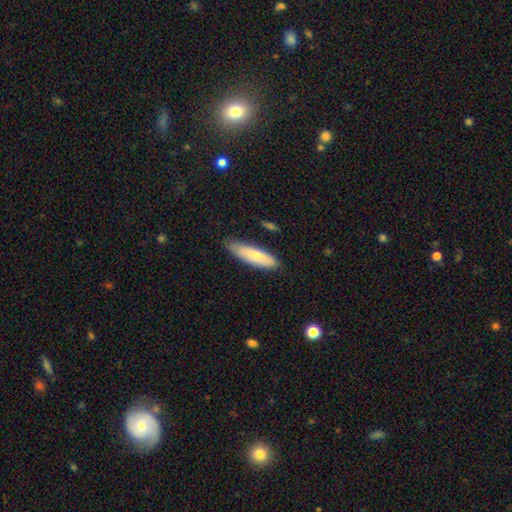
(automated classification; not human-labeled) Smooth or featured? smooth (78%)
How rounded? cigar-shaped (60%)
Merging? none (72%)